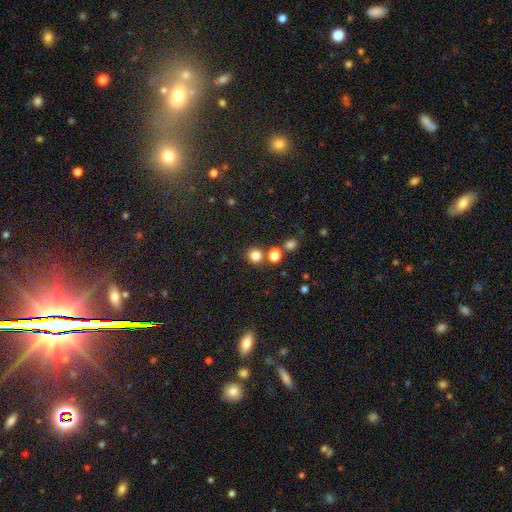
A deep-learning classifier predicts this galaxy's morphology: smooth_or_featured: smooth (p=0.80) [alt: star or artifact p=0.15]
how_rounded: round (p=0.87) [alt: in between p=0.12]
merging: none (p=0.76) [alt: merger p=0.14]